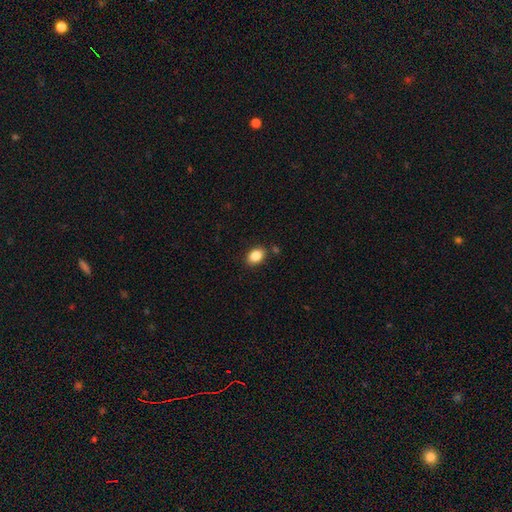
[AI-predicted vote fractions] Q: Smooth or featured?
A: smooth (87%); runner-up: star or artifact (9%)
Q: How rounded?
A: in between (80%); runner-up: round (19%)
Q: Merging?
A: none (85%); runner-up: minor disturbance (10%)